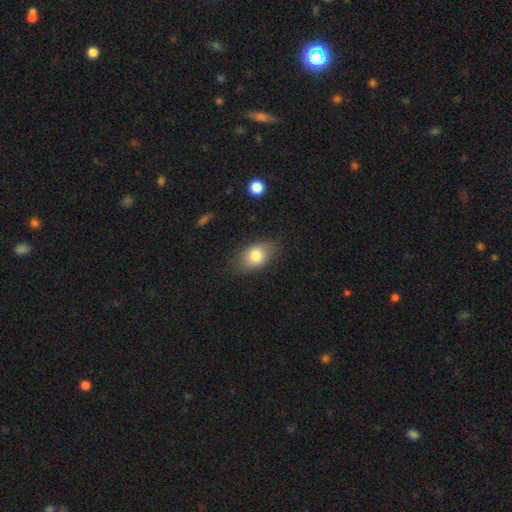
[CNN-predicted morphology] Q: Smooth or featured?
A: smooth (80%); runner-up: featured or disk (13%)
Q: How rounded?
A: in between (84%); runner-up: round (14%)
Q: Merging?
A: none (78%); runner-up: minor disturbance (17%)